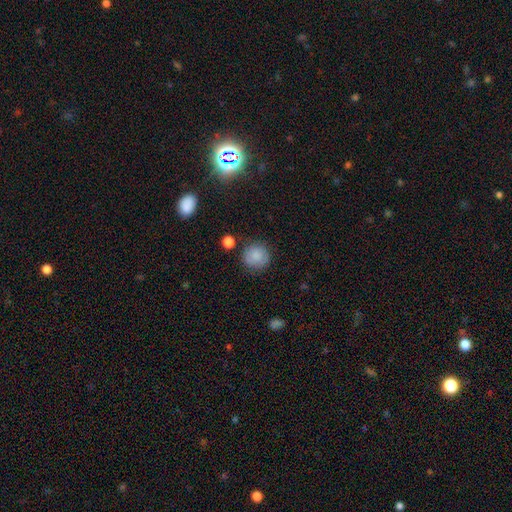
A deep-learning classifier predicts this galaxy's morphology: Smooth or featured: smooth — 83% (star or artifact — 9%)
How rounded: round — 91% (in between — 8%)
Merging: none — 80% (minor disturbance — 13%)